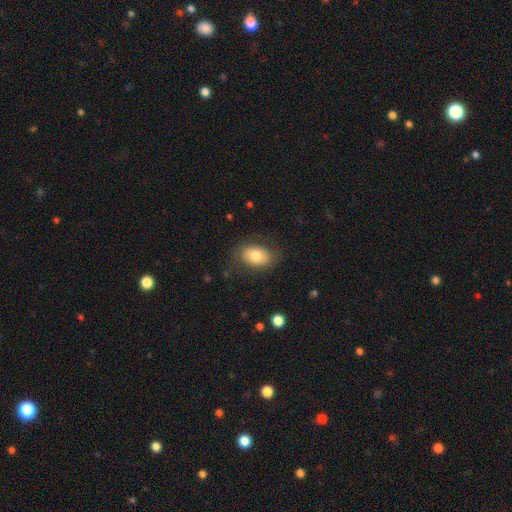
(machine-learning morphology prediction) This is likely a smooth galaxy (74%). How rounded: clearly in between (83%). Merging: likely none (78%).